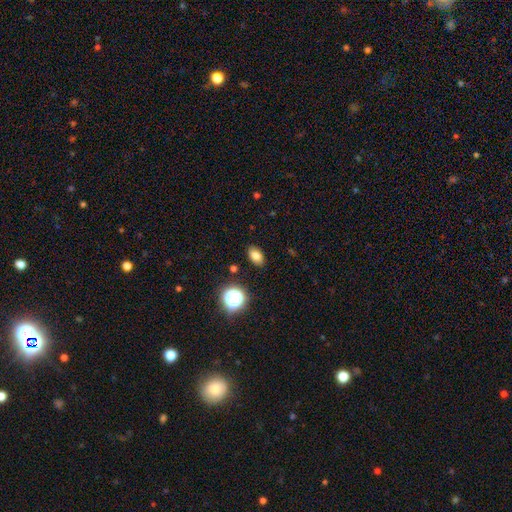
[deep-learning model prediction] Overall: smooth (78%). How rounded: in between (84%). Merging: none (87%).